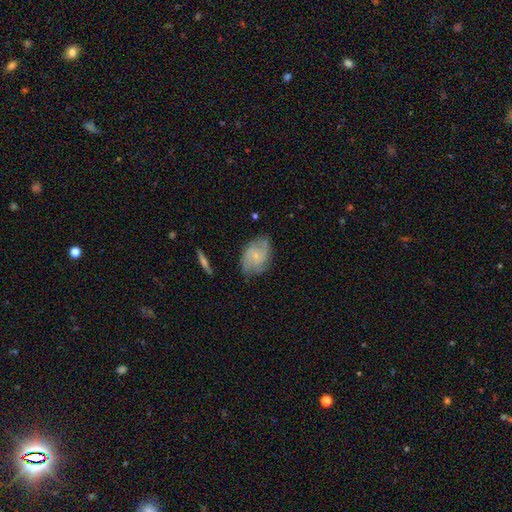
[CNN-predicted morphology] This appears to be a featured or disk galaxy (64%) with no bar (73%), 2 (52%) medium (44%) spiral arms (88%) and a small central bulge (77%). Merging: none (66%).